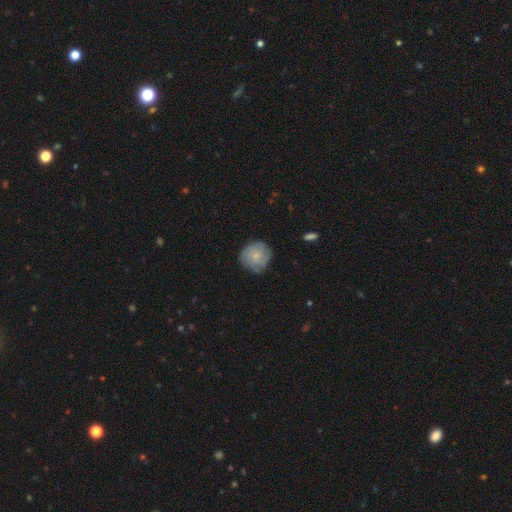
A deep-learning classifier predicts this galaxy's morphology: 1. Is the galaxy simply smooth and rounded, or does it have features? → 57% smooth, 36% featured or disk, 7% star or artifact.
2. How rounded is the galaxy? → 90% round, 9% in between, 1% cigar-shaped.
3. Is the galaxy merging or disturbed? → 78% none, 17% minor disturbance, 4% major disturbance, 1% merger.